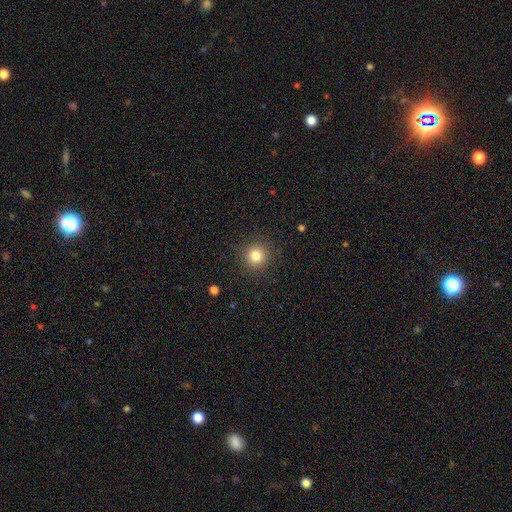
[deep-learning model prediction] smooth-or-featured: smooth: 81% | star or artifact: 13% | featured or disk: 7%
  how-rounded: round: 94% | in between: 5% | cigar-shaped: 1%
  merging: none: 89% | minor disturbance: 7% | major disturbance: 3% | merger: 1%